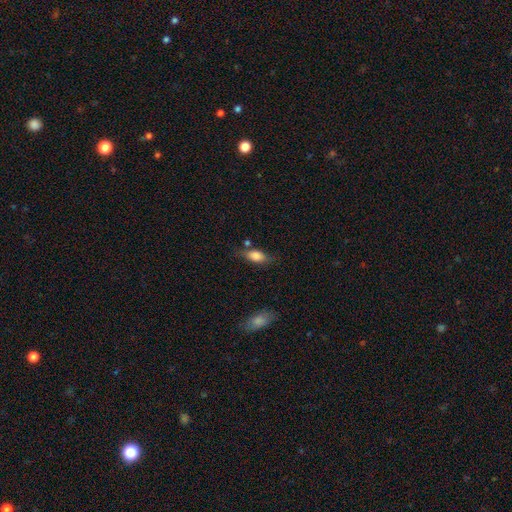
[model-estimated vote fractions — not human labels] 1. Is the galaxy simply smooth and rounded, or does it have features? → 80% smooth, 13% featured or disk, 8% star or artifact.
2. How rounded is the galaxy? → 83% in between, 11% cigar-shaped, 6% round.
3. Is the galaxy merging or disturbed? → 65% none, 22% minor disturbance, 6% merger, 6% major disturbance.